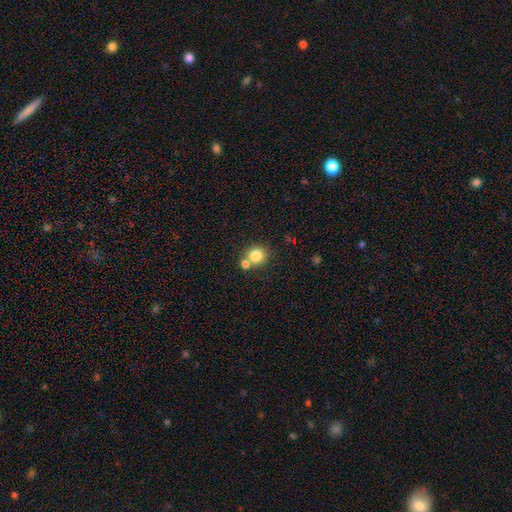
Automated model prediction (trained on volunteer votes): Smooth or featured? Predicted: smooth (p=0.82). How rounded? Predicted: round (p=0.88). Merging? Predicted: none (p=0.61).